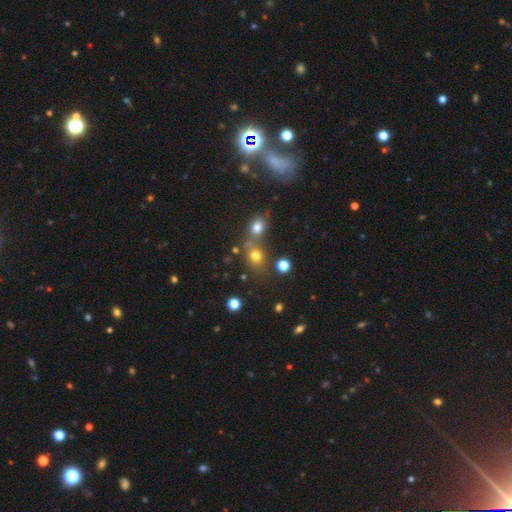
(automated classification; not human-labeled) Smooth or featured: smooth — 70% (star or artifact — 19%)
How rounded: round — 71% (in between — 28%)
Merging: none — 52% (merger — 33%)